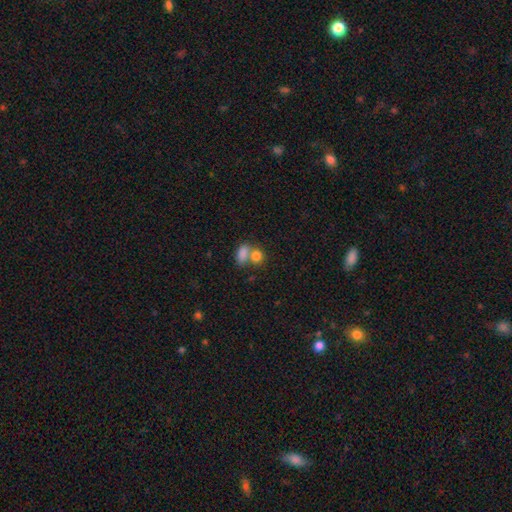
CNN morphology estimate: The model was most divided on "how rounded": in between: 54%, round: 44%, cigar-shaped: 2%. More confident: smooth or featured — smooth (81%); merging — merger (54%).